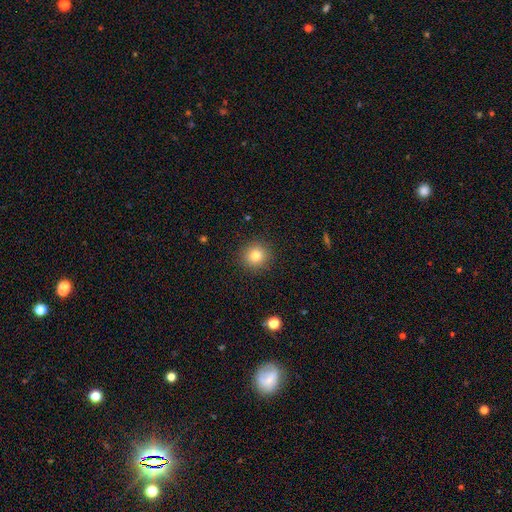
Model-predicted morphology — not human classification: Smooth or featured: smooth — 80% (star or artifact — 12%)
How rounded: round — 93% (in between — 6%)
Merging: none — 91% (minor disturbance — 6%)